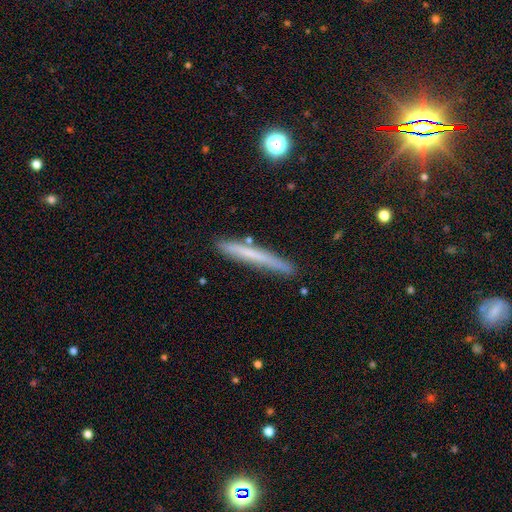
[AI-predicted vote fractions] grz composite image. It shows a smooth galaxy with no disk features (55%) that is cigar-shaped (96%). Merging: none (83%).